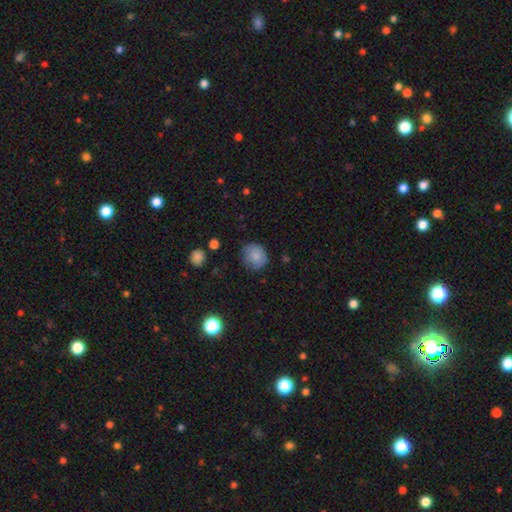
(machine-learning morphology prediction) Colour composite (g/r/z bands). It shows a smooth galaxy with no disk features (83%) that is round (76%). Merging: none (72%).